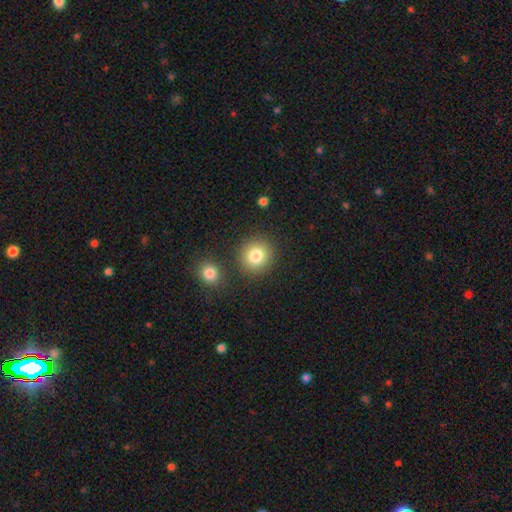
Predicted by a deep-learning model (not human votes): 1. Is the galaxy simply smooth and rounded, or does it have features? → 83% smooth, 10% star or artifact, 7% featured or disk.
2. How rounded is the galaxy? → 88% round, 11% in between, 1% cigar-shaped.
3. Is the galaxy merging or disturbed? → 82% none, 7% minor disturbance, 7% merger, 3% major disturbance.